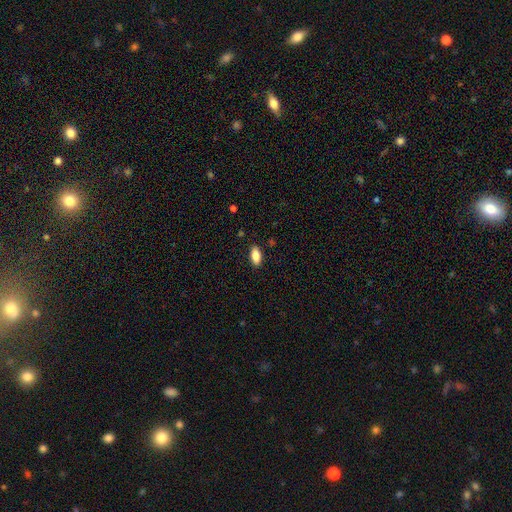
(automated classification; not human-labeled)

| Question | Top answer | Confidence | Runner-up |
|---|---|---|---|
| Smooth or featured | smooth | 84% | featured or disk (9%) |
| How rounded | in between | 88% | cigar-shaped (10%) |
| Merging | none | 88% | minor disturbance (9%) |